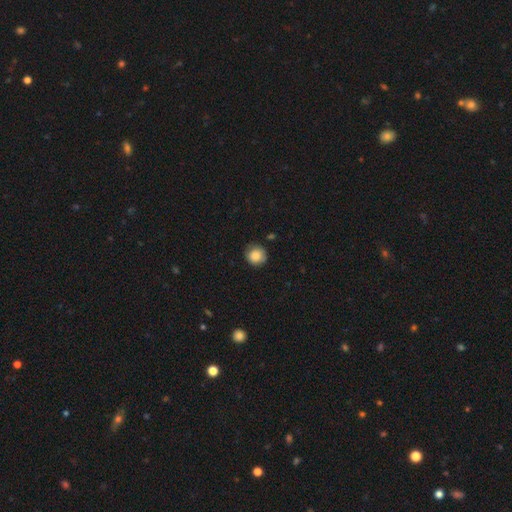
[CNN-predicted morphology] smooth_or_featured: smooth (p=0.85) [alt: star or artifact p=0.08]
how_rounded: round (p=0.90) [alt: in between p=0.09]
merging: none (p=0.79) [alt: minor disturbance p=0.17]